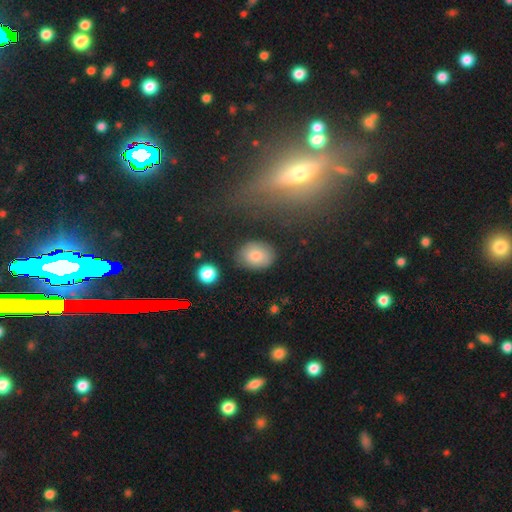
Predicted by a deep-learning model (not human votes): Smooth or featured? Predicted: smooth (p=0.82). How rounded? Predicted: in between (p=0.70). Merging? Predicted: none (p=0.78).